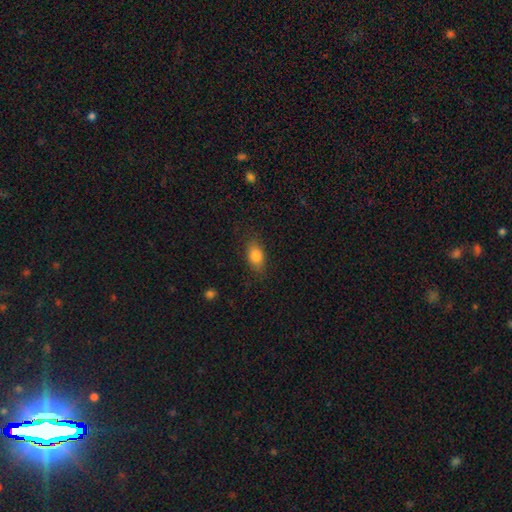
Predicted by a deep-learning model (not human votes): Q: Smooth or featured?
A: smooth (84%); runner-up: star or artifact (8%)
Q: How rounded?
A: in between (85%); runner-up: round (11%)
Q: Merging?
A: none (81%); runner-up: minor disturbance (14%)